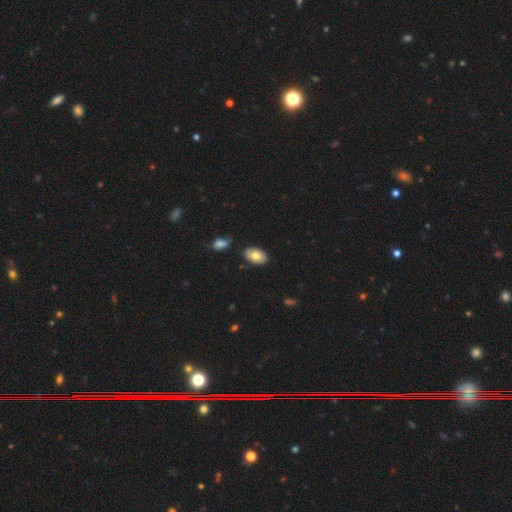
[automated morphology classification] Overall: smooth (77%). How rounded: in between (92%). Merging: none (82%).